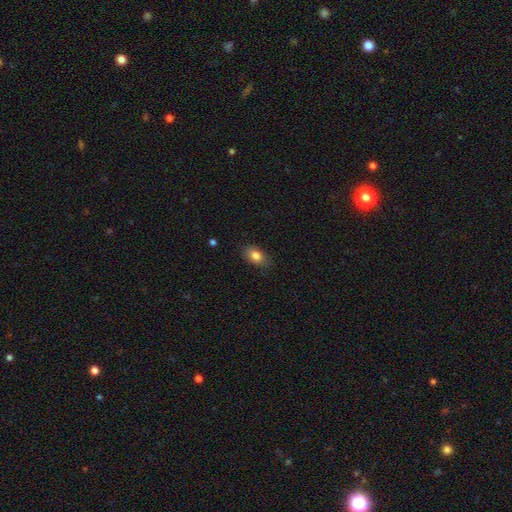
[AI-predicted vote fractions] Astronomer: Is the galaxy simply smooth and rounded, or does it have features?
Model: smooth — 83%.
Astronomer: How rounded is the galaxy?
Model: in between — 86%.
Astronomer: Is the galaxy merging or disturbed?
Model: none — 83%.